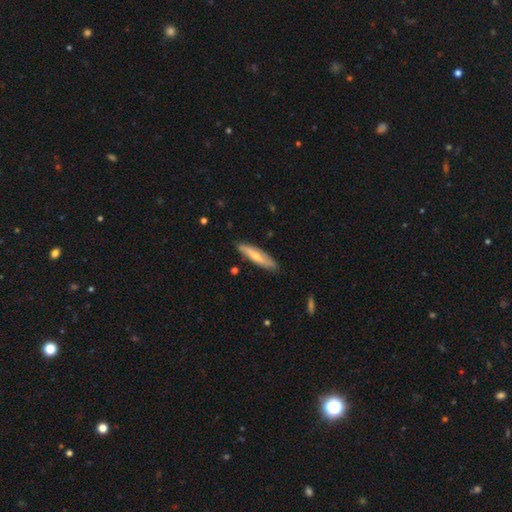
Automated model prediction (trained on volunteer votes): This is possibly a smooth galaxy (53%). How rounded: likely cigar-shaped (76%). Merging: clearly none (83%).